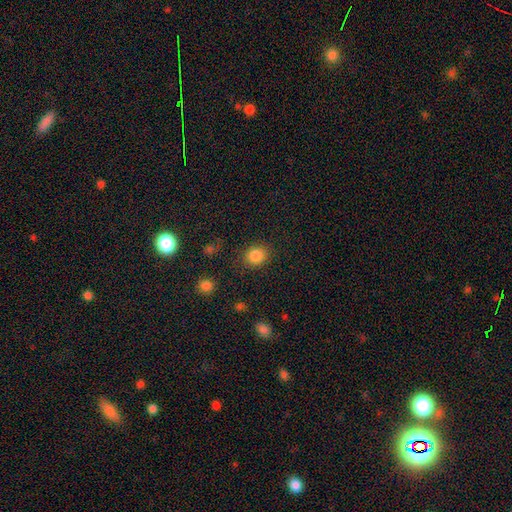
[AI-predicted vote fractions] smooth_or_featured: smooth (p=0.85) [alt: star or artifact p=0.11]
how_rounded: round (p=0.73) [alt: in between p=0.26]
merging: none (p=0.85) [alt: minor disturbance p=0.10]